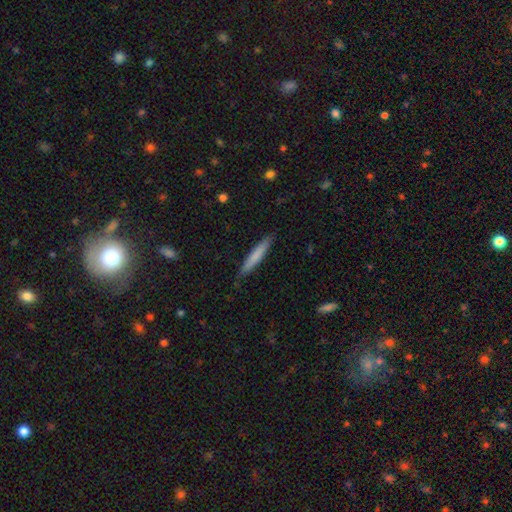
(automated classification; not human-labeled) A smooth galaxy with no disk features (73%) that is cigar-shaped (94%).

Vote fractions:
- Smooth or featured? smooth: 73% / featured or disk: 22% / star or artifact: 5%
- How rounded? cigar-shaped: 94% / in between: 5% / round: 1%
- Merging? none: 85% / minor disturbance: 12% / major disturbance: 2% / merger: 1%